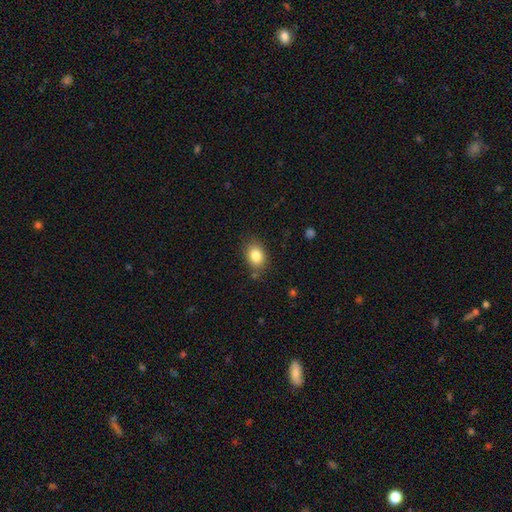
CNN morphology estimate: smooth 84%, star or artifact 9%, featured or disk 7%. Down the decision tree: how rounded — in between (67%); merging — none (80%).